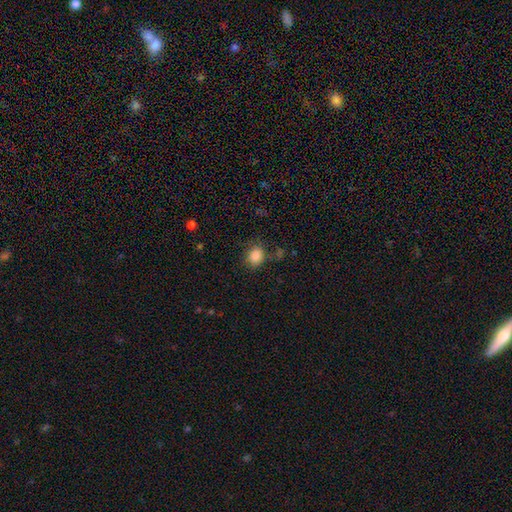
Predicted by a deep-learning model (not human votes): Smooth or featured: smooth — 85% (star or artifact — 10%)
How rounded: round — 58% (in between — 41%)
Merging: none — 77% (minor disturbance — 14%)